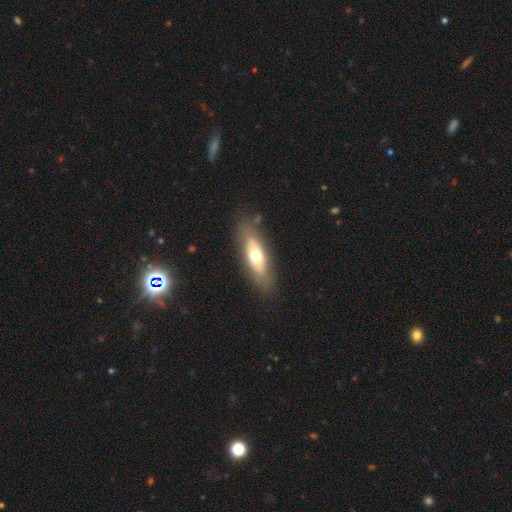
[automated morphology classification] A smooth galaxy with no disk features (50%). Merging: none (77%).